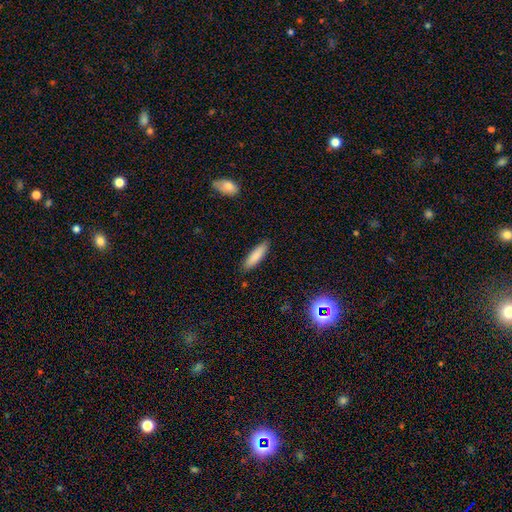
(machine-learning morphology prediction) smooth 85%, featured or disk 8%, star or artifact 6%. Down the decision tree: how rounded — cigar-shaped (66%); merging — none (89%).